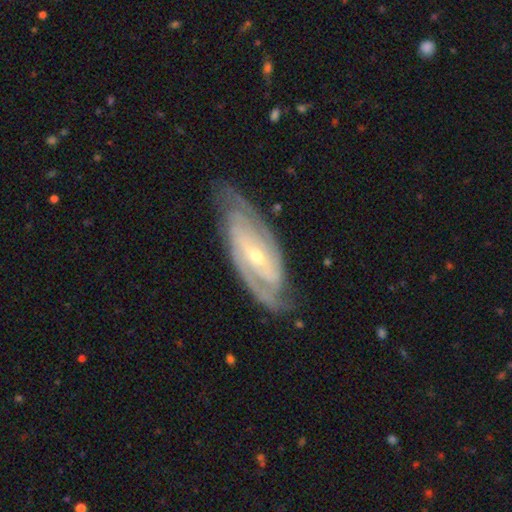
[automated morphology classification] This appears to be a featured or disk galaxy (90%) with a weak bar (38%), 2 (69%) tight (60%) spiral arms (97%) and a small central bulge (63%). Merging: none (79%).